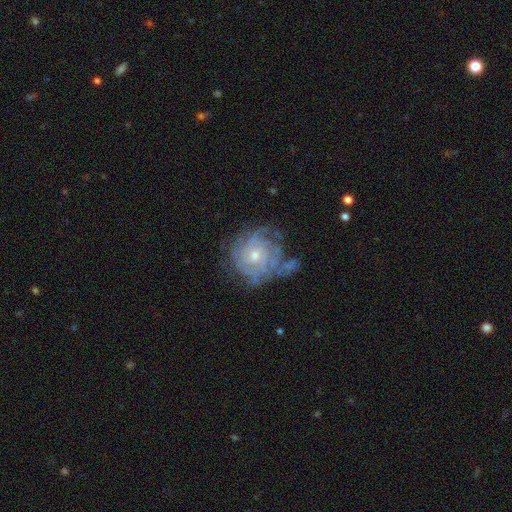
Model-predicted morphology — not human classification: Smooth or featured? Predicted: featured or disk (p=0.78). Edge-on disk? Predicted: no (p=0.97). Bar? Predicted: no (p=0.79). Spiral arms? Predicted: yes (p=0.87). Spiral winding? Predicted: tight (p=0.72). Spiral arm count? Predicted: can't tell (p=0.51). Bulge size? Predicted: small (p=0.59). Merging? Predicted: none (p=0.57).